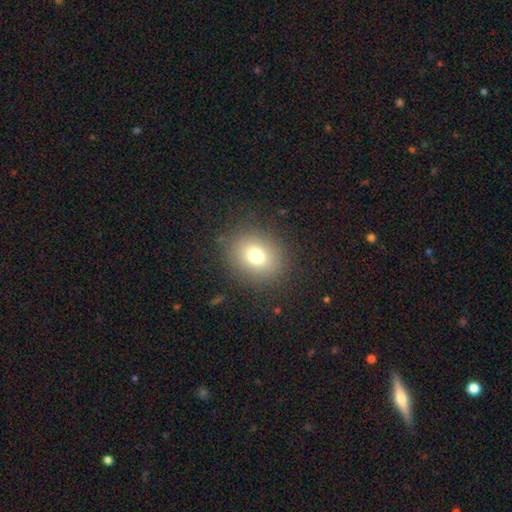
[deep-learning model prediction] A smooth galaxy with no disk features (75%) that is round (63%). Merging: none (85%).